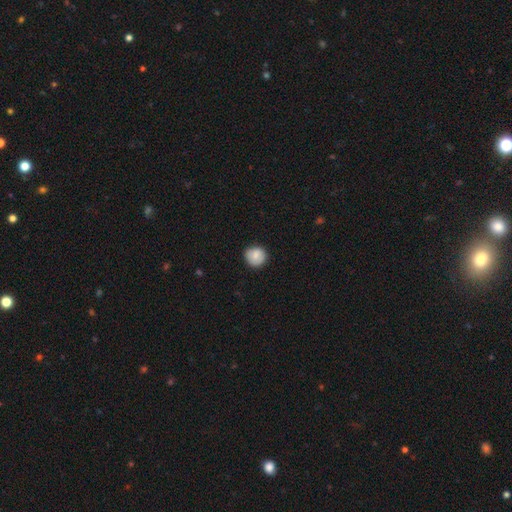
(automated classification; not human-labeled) smooth 80%, featured or disk 13%, star or artifact 7%. Down the decision tree: how rounded — round (89%); merging — none (83%).